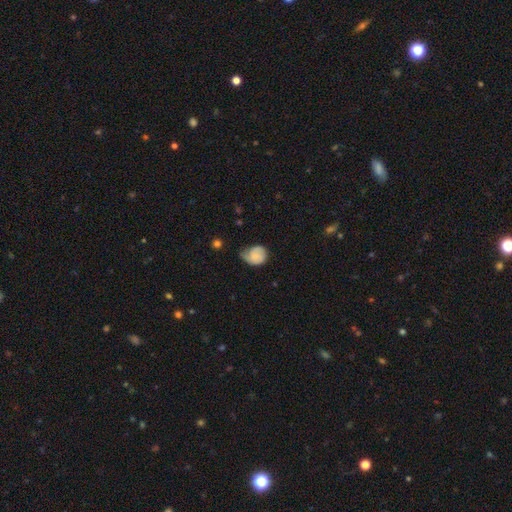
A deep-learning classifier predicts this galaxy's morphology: Smooth or featured? smooth (62%)
How rounded? round (60%)
Merging? minor disturbance (44%)